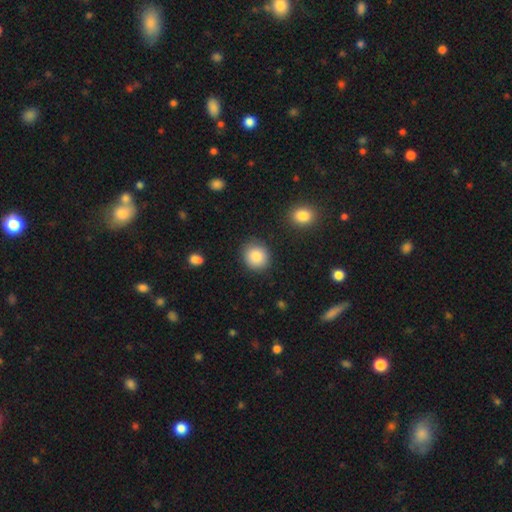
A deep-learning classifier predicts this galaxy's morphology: A smooth galaxy with no disk features (86%) that is round (83%).

Vote fractions:
- Smooth or featured? smooth: 86% / star or artifact: 8% / featured or disk: 6%
- How rounded? round: 83% / in between: 16% / cigar-shaped: 1%
- Merging? none: 87% / minor disturbance: 9% / major disturbance: 2% / merger: 2%